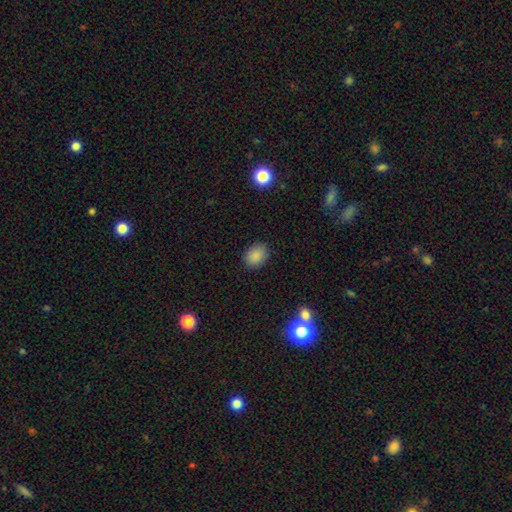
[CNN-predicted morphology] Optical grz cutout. It shows a smooth galaxy with no disk features (87%) that is in between round and cigar-shaped (61%). Merging: none (87%).